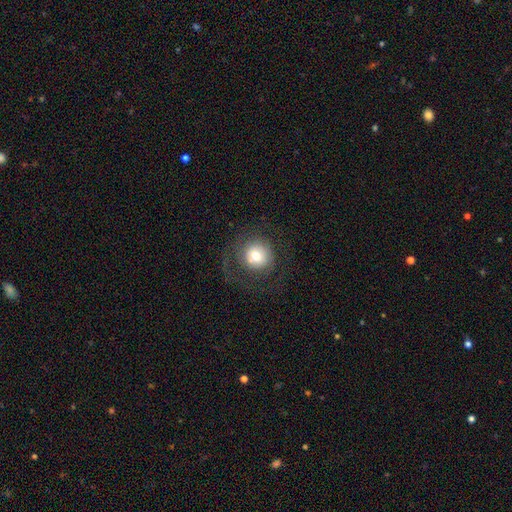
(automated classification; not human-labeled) Overall: smooth (65%). How rounded: round (94%). Merging: none (68%).